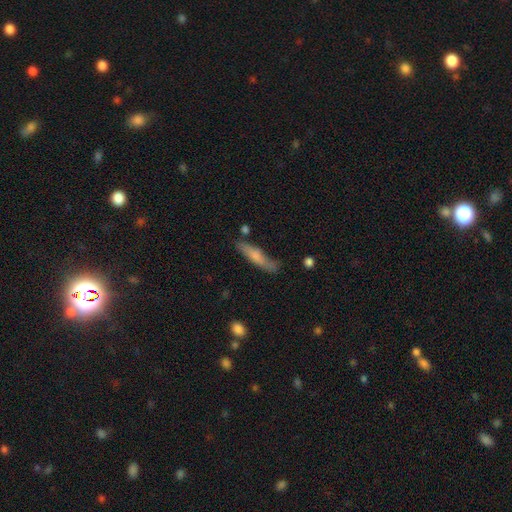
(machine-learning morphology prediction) This is likely a smooth galaxy (66%). How rounded: clearly cigar-shaped (83%). Merging: likely none (70%).